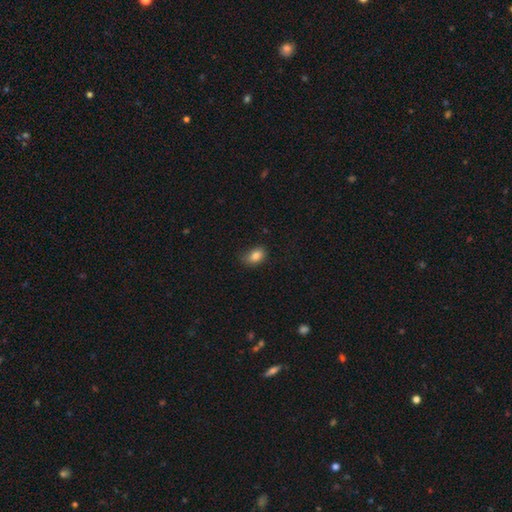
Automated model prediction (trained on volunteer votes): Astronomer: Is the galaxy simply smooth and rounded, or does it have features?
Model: smooth — 84%.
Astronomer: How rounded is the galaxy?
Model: in between — 79%.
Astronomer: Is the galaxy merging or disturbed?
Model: none — 70%.